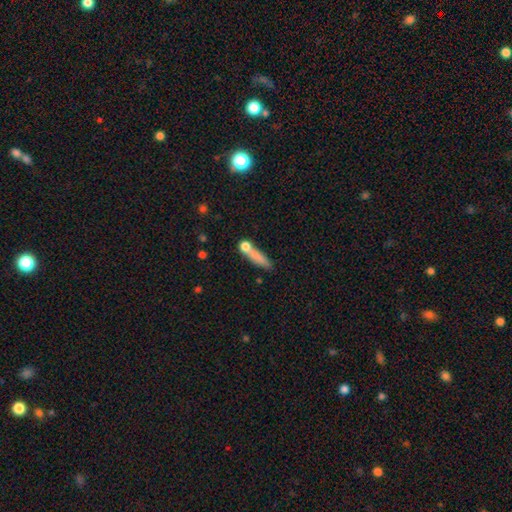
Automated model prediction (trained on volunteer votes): smooth 73%, featured or disk 18%, star or artifact 9%. Down the decision tree: how rounded — cigar-shaped (75%); merging — none (50%).